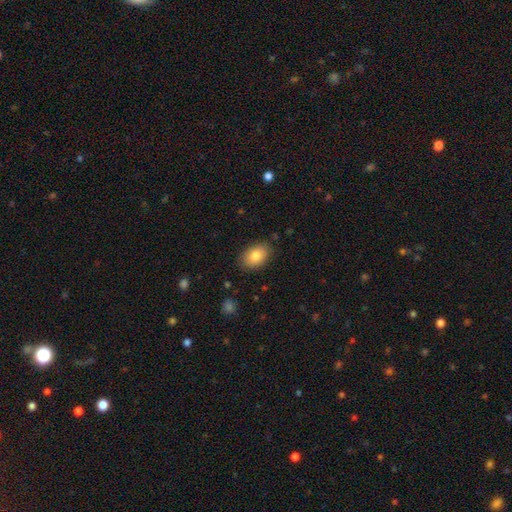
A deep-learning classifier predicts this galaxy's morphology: Smooth or featured? Predicted: smooth (p=0.82). How rounded? Predicted: in between (p=0.86). Merging? Predicted: none (p=0.86).